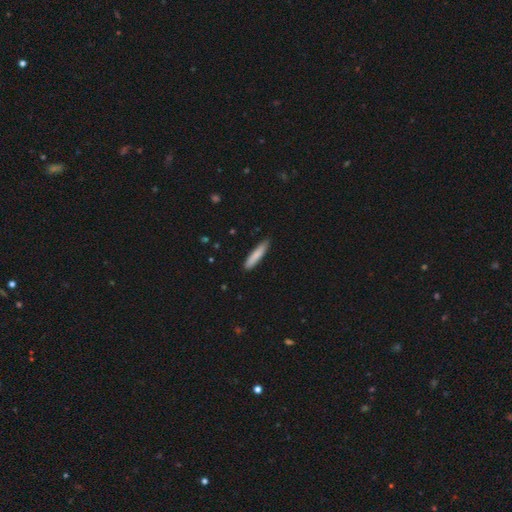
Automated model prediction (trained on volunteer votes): Q: Smooth or featured?
A: smooth (83%); runner-up: featured or disk (12%)
Q: How rounded?
A: cigar-shaped (88%); runner-up: in between (11%)
Q: Merging?
A: none (86%); runner-up: minor disturbance (11%)